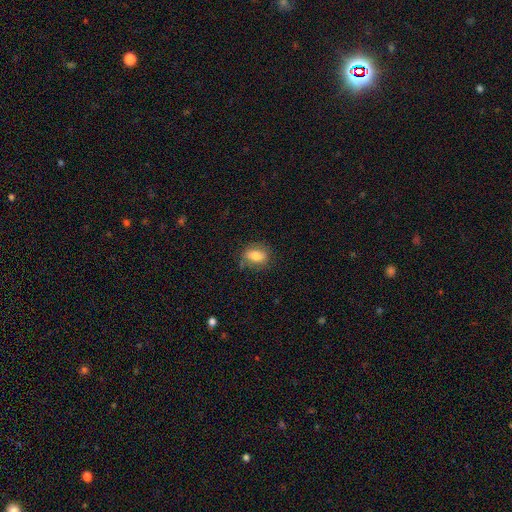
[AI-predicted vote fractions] smooth_or_featured: smooth (p=0.78) [alt: featured or disk p=0.13]
how_rounded: in between (p=0.73) [alt: round p=0.24]
merging: none (p=0.76) [alt: minor disturbance p=0.18]